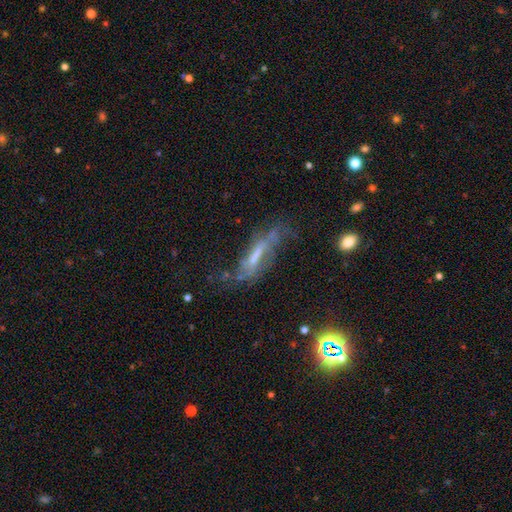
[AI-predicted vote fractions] A featured or disk galaxy (60%).

Vote fractions:
- Smooth or featured? featured or disk: 60% / smooth: 26% / star or artifact: 13%
- Edge-on disk? no: 66% / yes: 34%
- Merging? none: 41% / major disturbance: 29% / minor disturbance: 24% / merger: 6%